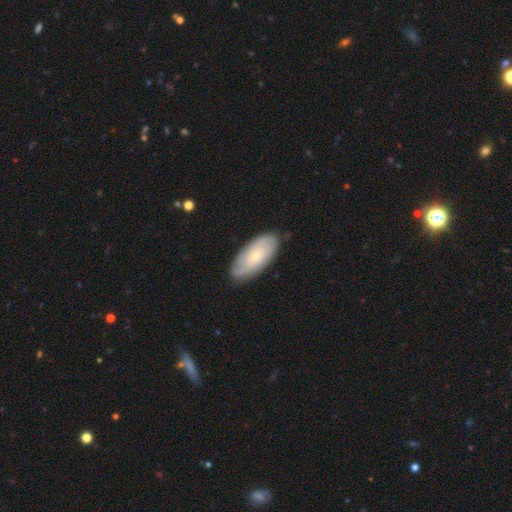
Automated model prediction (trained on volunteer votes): This is possibly a featured or disk galaxy (54%). It is clearly not viewed edge-on (89%). Merging: clearly none (80%).